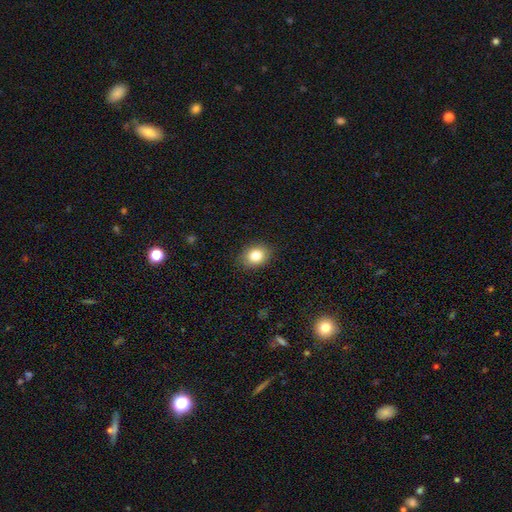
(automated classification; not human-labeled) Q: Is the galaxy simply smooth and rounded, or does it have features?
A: smooth — 83%.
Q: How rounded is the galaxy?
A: in between — 56%.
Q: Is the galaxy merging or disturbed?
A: none — 87%.